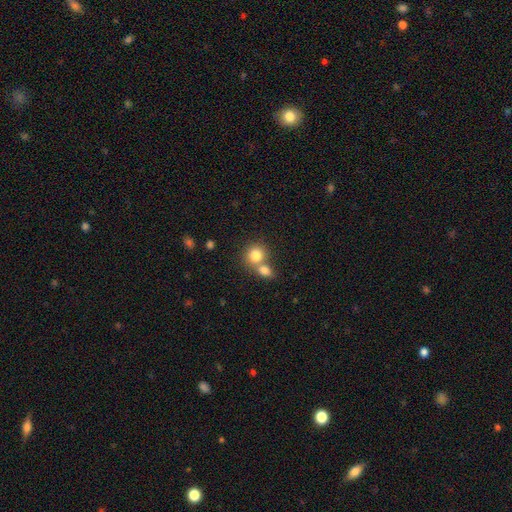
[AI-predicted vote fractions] smooth 80%, featured or disk 10%, star or artifact 10%. Down the decision tree: how rounded — round (79%); merging — merger (51%).